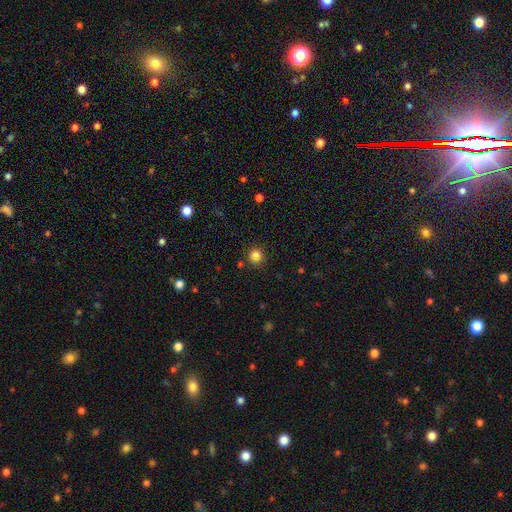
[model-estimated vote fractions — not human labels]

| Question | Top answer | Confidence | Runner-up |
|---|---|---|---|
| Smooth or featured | smooth | 82% | star or artifact (13%) |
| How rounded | round | 93% | in between (6%) |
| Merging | none | 89% | minor disturbance (7%) |